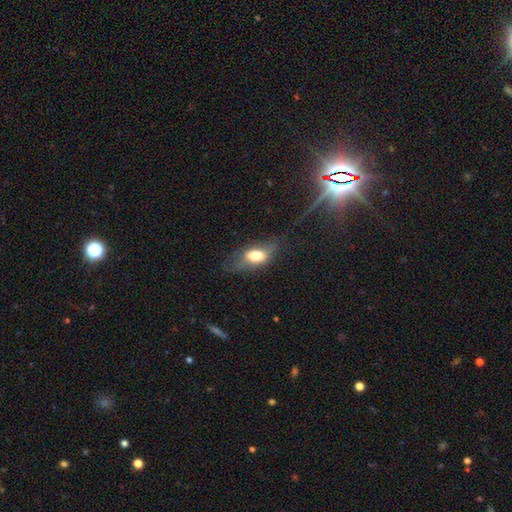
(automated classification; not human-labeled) Q: Smooth or featured?
A: smooth (61%); runner-up: featured or disk (29%)
Q: How rounded?
A: in between (82%); runner-up: cigar-shaped (10%)
Q: Merging?
A: none (46%); runner-up: minor disturbance (28%)